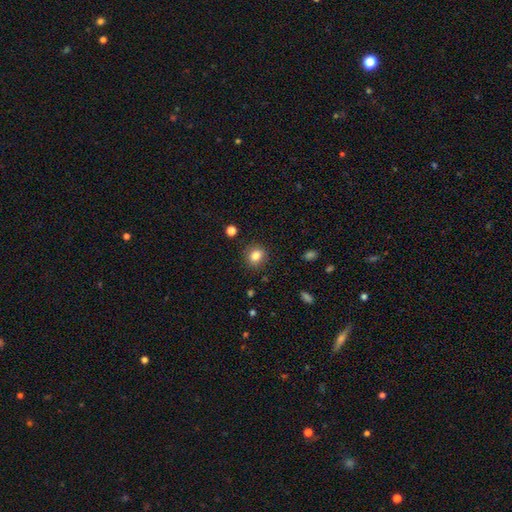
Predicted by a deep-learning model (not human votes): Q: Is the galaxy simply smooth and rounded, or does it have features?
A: smooth — 83%.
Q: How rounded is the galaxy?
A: round — 72%.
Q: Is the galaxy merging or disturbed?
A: none — 87%.